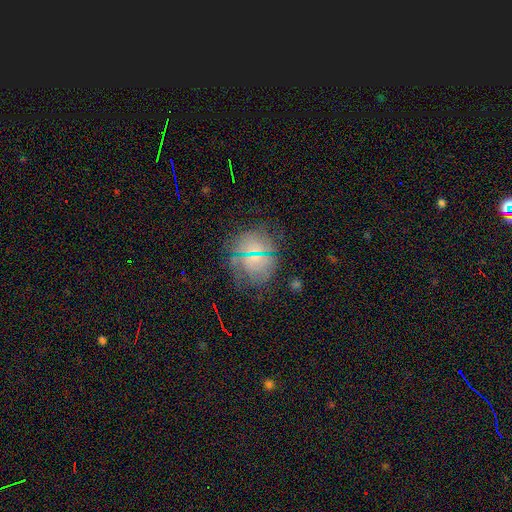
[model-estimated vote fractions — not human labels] The model was most divided on "smooth or featured": star or artifact: 49%, smooth: 31%, featured or disk: 19%.